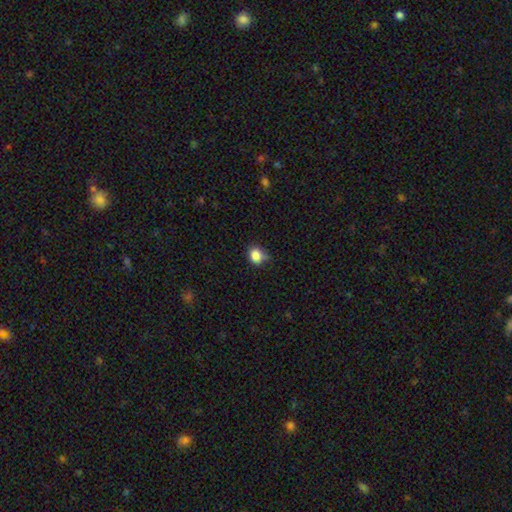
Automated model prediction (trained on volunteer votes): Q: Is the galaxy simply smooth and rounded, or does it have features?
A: smooth — 85%.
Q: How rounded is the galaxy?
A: round — 66%.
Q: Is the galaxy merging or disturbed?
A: none — 59%.